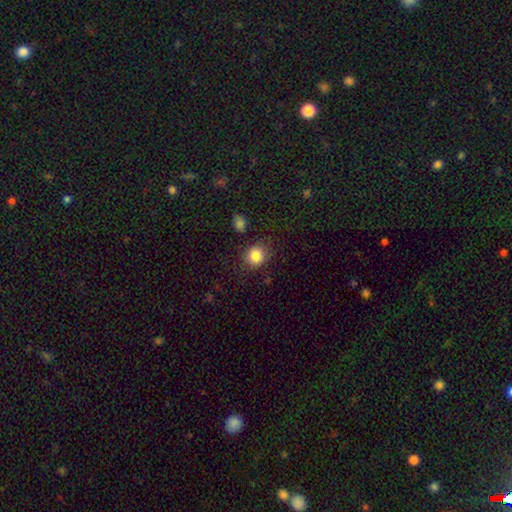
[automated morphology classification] type=smooth (84%); roundness=round (80%); merging=none (82%).